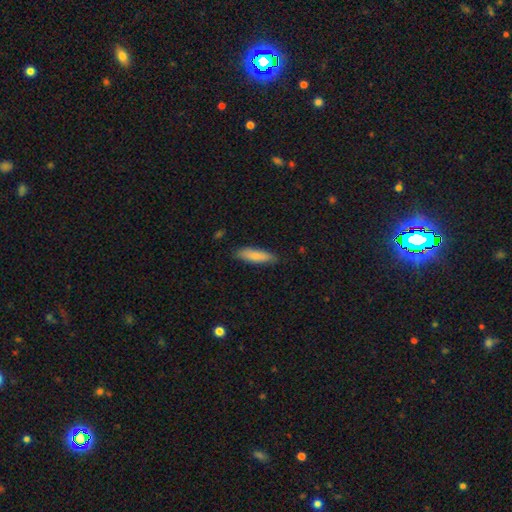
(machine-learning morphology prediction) Smooth or featured: smooth — 81% (featured or disk — 13%)
How rounded: cigar-shaped — 58% (in between — 40%)
Merging: none — 84% (minor disturbance — 13%)